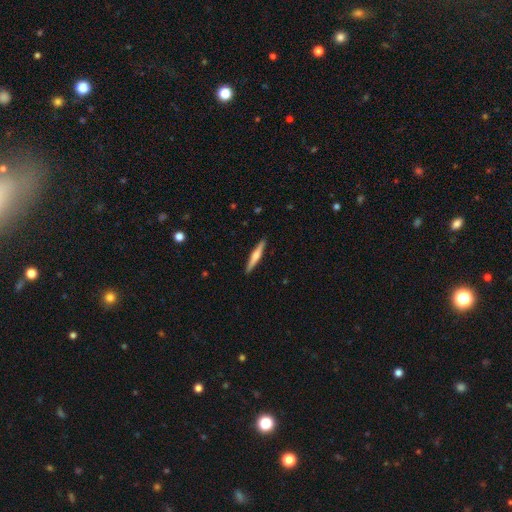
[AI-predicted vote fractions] The model was most divided on "smooth or featured": featured or disk: 59%, smooth: 36%, star or artifact: 5%. More confident: edge-on disk — yes (98%); merging — none (92%); edge-on bulge — rounded (85%).